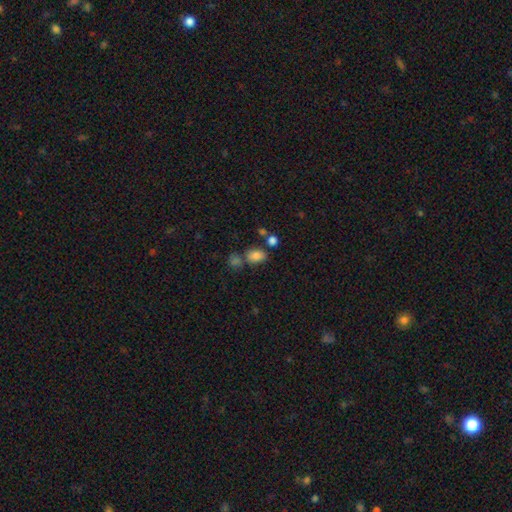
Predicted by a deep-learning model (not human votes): A smooth galaxy with no disk features (81%) that is in between round and cigar-shaped (81%). Merging: none (62%).